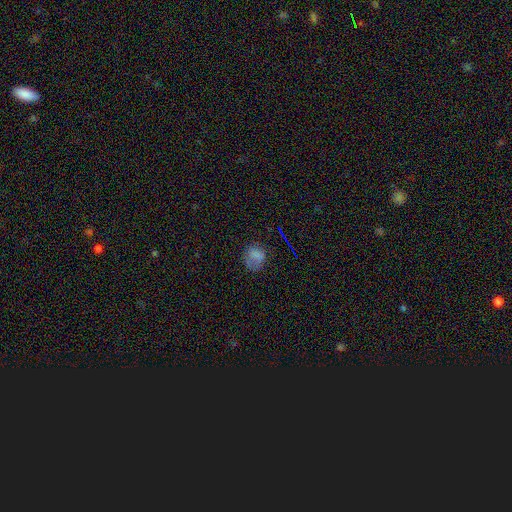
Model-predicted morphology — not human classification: Overall: smooth (68%). How rounded: round (63%; in between 35%). Merging: none (59%; minor disturbance 25%).